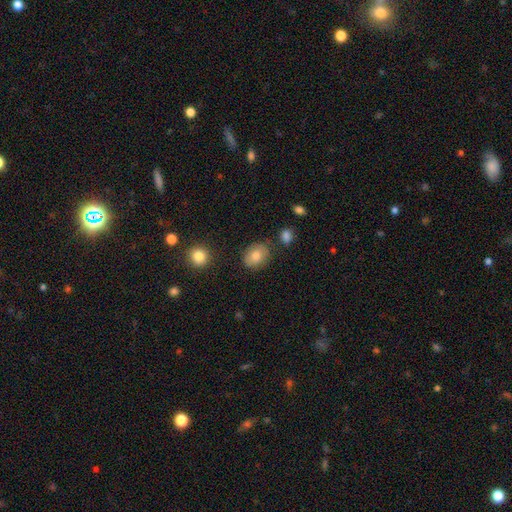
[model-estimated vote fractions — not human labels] Overall: smooth (77%). How rounded: in between (60%; round 39%). Merging: none (79%).